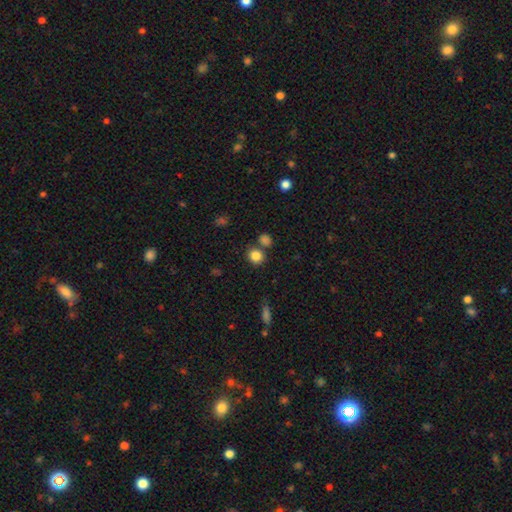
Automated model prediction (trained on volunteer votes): This is clearly a smooth galaxy (84%). How rounded: clearly round (83%). Merging: likely none (72%).